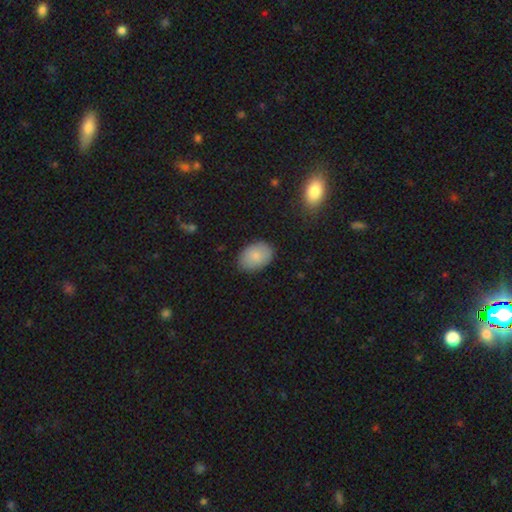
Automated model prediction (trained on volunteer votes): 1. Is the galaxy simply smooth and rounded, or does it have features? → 85% smooth, 8% featured or disk, 7% star or artifact.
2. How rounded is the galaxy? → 84% in between, 15% round, 1% cigar-shaped.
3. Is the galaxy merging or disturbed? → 85% none, 11% minor disturbance, 3% major disturbance, 1% merger.